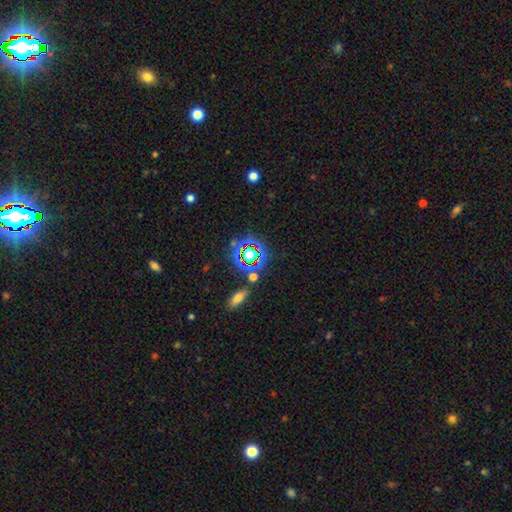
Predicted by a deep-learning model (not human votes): Smooth or featured? star or artifact (64%)